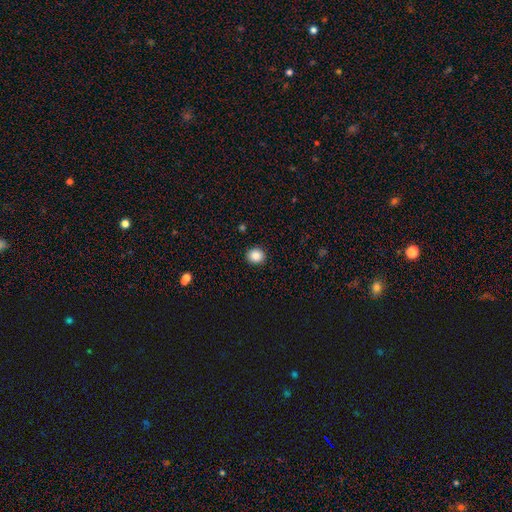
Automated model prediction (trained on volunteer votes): Morphology: type=smooth (86%); roundness=round (86%); merging=none (92%).